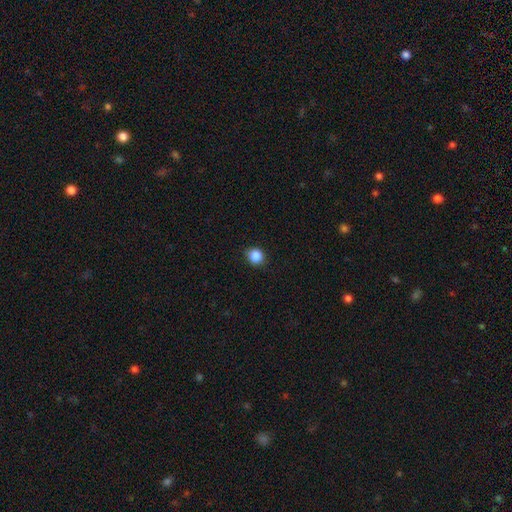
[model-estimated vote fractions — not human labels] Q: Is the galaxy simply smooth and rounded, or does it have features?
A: smooth — 87%.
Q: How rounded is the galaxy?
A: round — 85%.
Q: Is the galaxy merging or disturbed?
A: none — 87%.